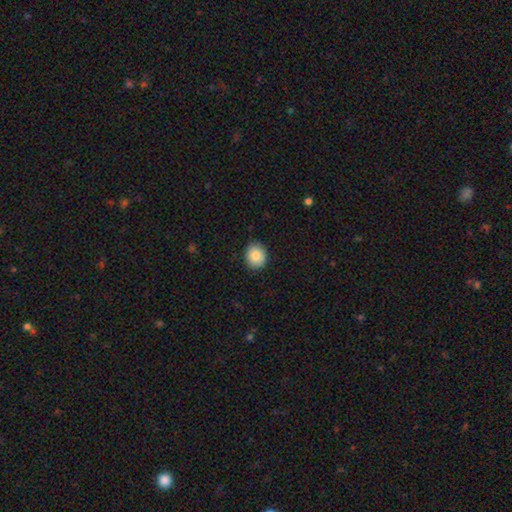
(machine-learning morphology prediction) smooth_or_featured: smooth (p=0.85) [alt: star or artifact p=0.08]
how_rounded: round (p=0.65) [alt: in between p=0.34]
merging: none (p=0.86) [alt: minor disturbance p=0.11]